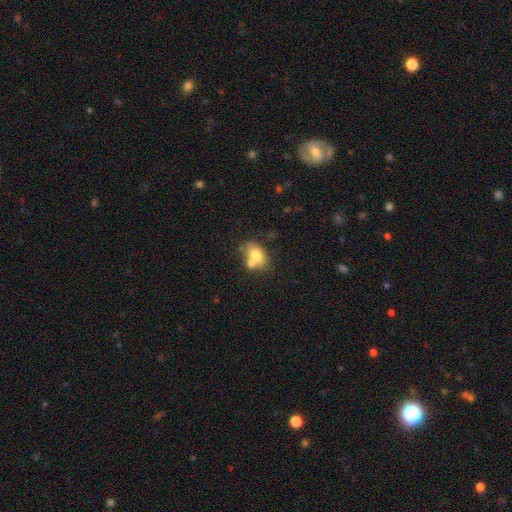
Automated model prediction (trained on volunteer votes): Overall: smooth (72%). How rounded: in between (81%). Merging: none (42%; merger 39%).